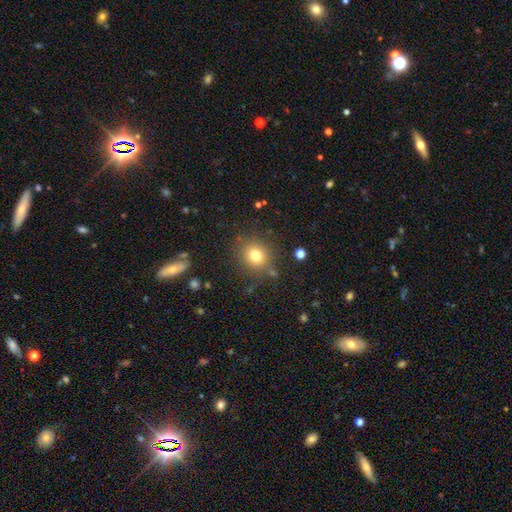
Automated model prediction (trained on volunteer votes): Morphology: type=smooth (77%); roundness=round (82%); merging=none (83%).